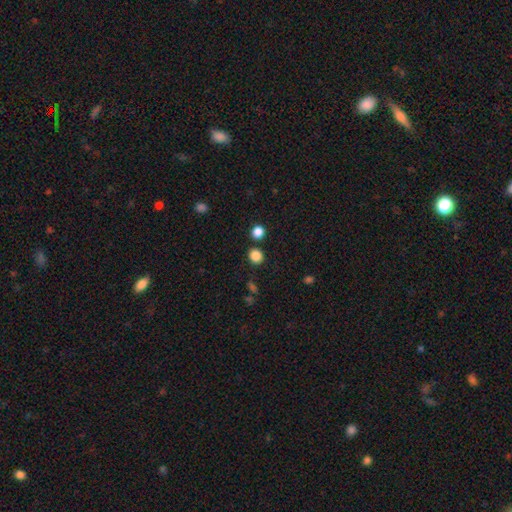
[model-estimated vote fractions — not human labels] A smooth galaxy with no disk features (85%) that is round (78%). Merging: none (83%).